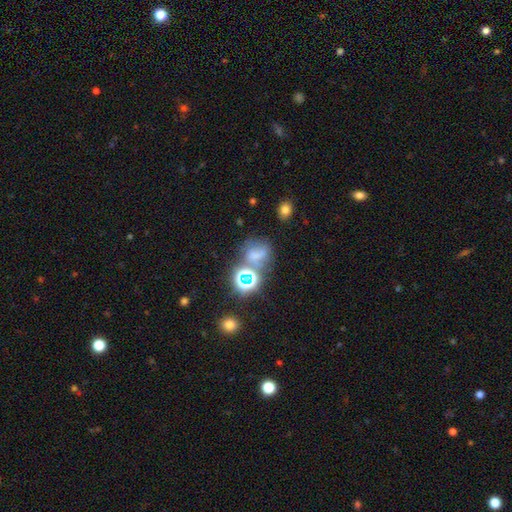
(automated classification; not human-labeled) smooth-or-featured: smooth: 44% | star or artifact: 37% | featured or disk: 19%
  merging: none: 43% | merger: 21% | minor disturbance: 19% | major disturbance: 17%